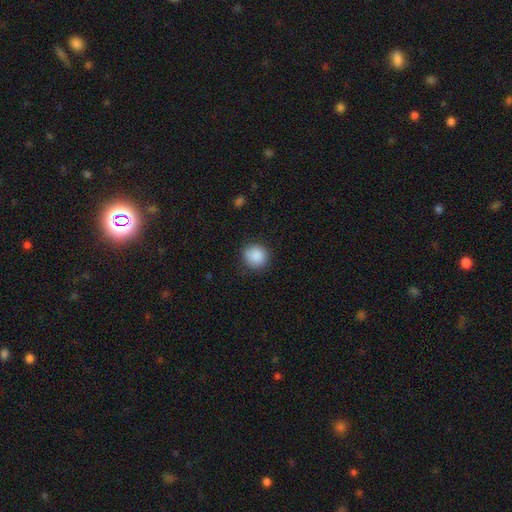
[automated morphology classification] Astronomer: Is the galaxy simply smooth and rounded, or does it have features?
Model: smooth — 89%.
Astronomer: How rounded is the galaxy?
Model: round — 90%.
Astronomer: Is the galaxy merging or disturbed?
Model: none — 87%.